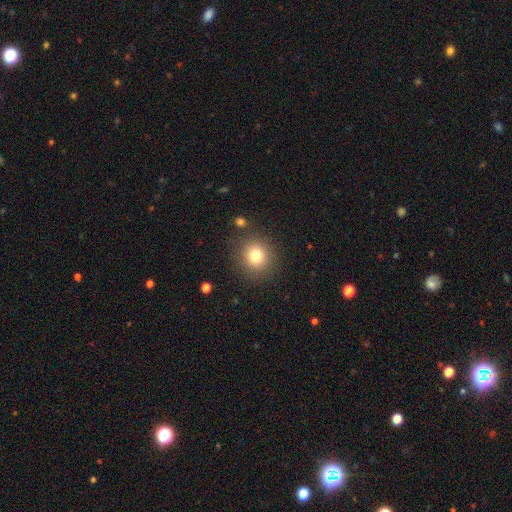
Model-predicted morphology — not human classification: A smooth galaxy with no disk features (79%) that is round (90%). Merging: none (87%).